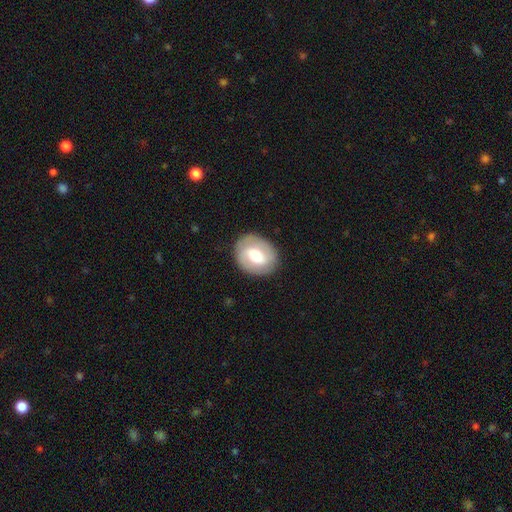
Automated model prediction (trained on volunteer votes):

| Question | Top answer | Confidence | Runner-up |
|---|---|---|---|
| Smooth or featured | featured or disk | 48% | smooth (46%) |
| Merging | none | 84% | minor disturbance (11%) |